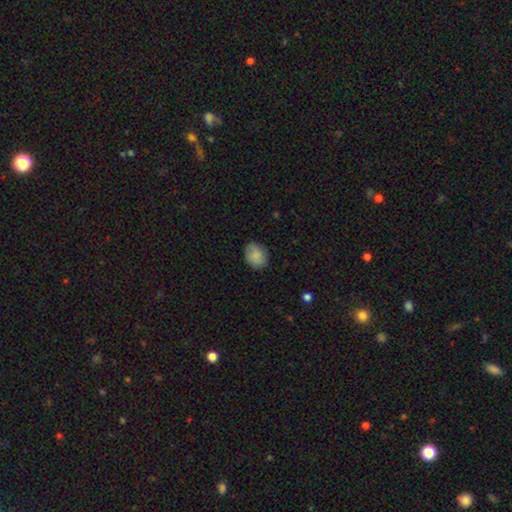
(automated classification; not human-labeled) The model was most divided on "how rounded": in between: 63%, round: 36%, cigar-shaped: 1%. More confident: smooth or featured — smooth (83%); merging — none (82%).